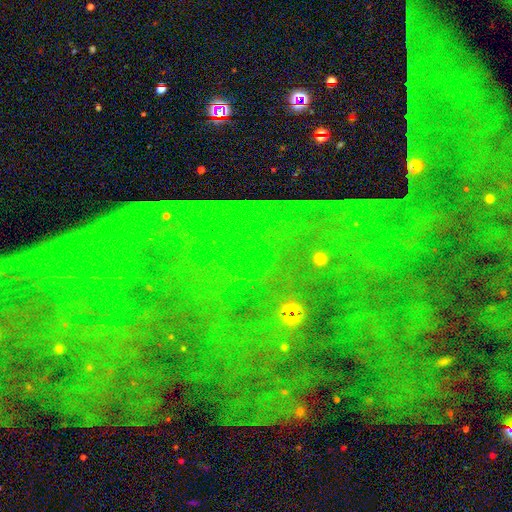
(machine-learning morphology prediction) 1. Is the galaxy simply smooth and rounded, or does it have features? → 84% star or artifact, 9% featured or disk, 7% smooth.